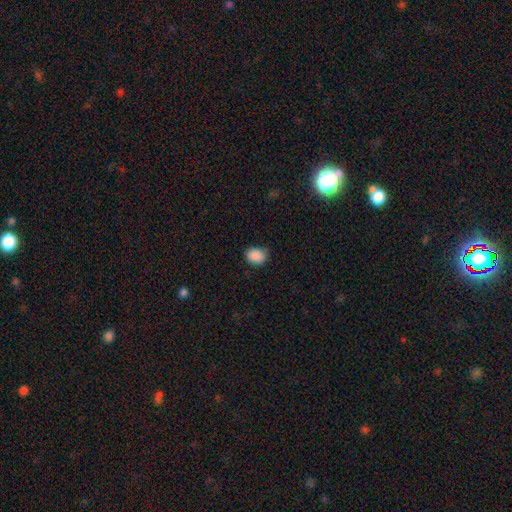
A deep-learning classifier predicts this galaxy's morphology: This is clearly a smooth galaxy (89%). How rounded: possibly round (53%). Merging: likely none (77%).